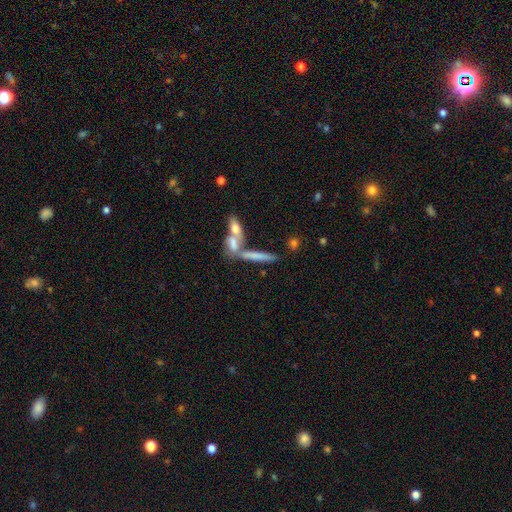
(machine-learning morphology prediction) Smooth or featured?
  - smooth: 61% *
  - featured or disk: 31%
  - star or artifact: 9%
How rounded?
  - cigar-shaped: 81% *
  - in between: 16%
  - round: 3%
Merging?
  - none: 48% *
  - merger: 37%
  - minor disturbance: 10%
  - major disturbance: 5%